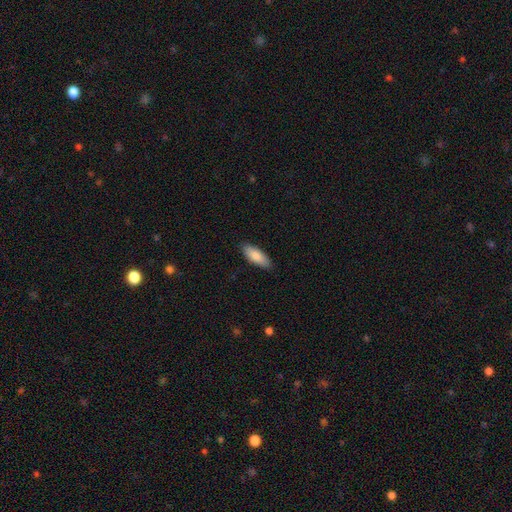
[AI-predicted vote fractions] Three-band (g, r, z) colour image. It shows a smooth galaxy with no disk features (86%) that is in between round and cigar-shaped (71%). Merging: none (87%).